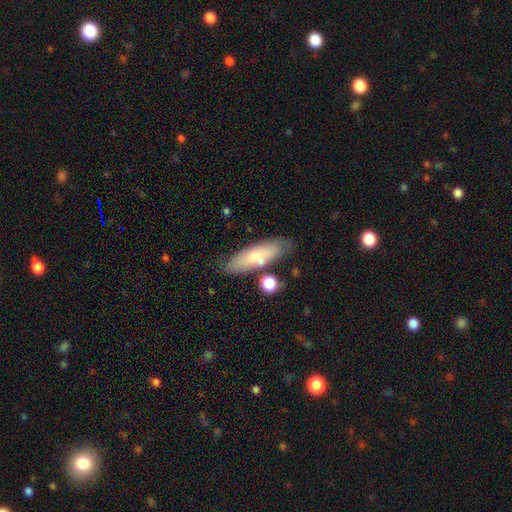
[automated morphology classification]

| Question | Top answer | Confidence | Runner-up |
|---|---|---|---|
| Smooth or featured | smooth | 70% | featured or disk (22%) |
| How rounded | cigar-shaped | 53% | in between (45%) |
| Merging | none | 73% | minor disturbance (15%) |